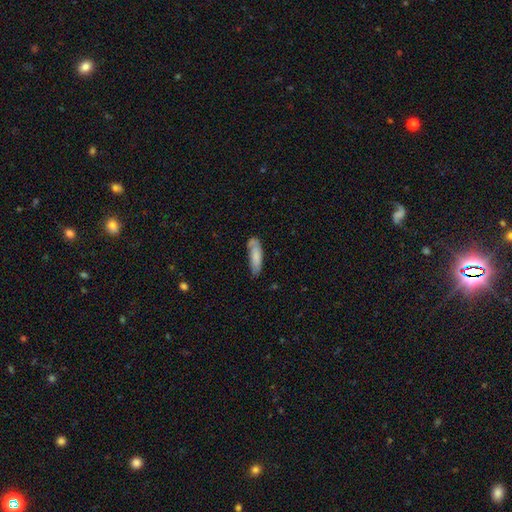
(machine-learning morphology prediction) Q: Smooth or featured?
A: smooth (77%); runner-up: featured or disk (17%)
Q: How rounded?
A: cigar-shaped (54%); runner-up: in between (44%)
Q: Merging?
A: none (61%); runner-up: minor disturbance (26%)